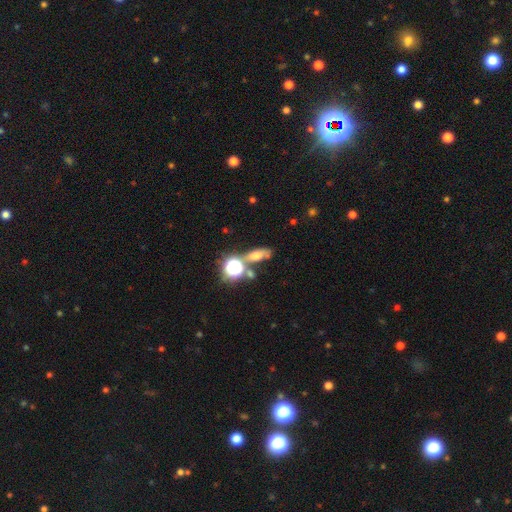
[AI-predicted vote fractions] This appears to be a smooth galaxy with no disk features (52%) that is in between round and cigar-shaped (56%). Merging: none (54%).